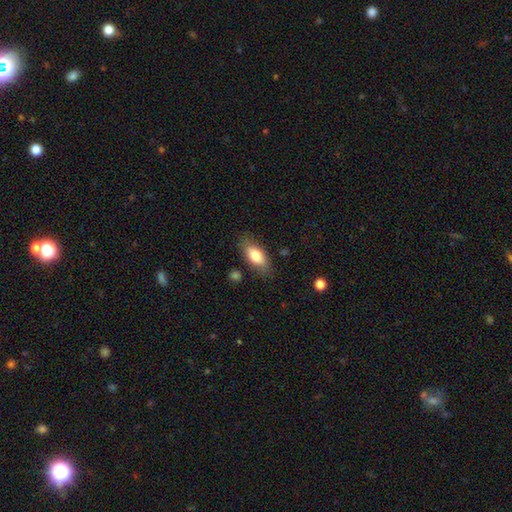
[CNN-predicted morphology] Smooth or featured? smooth (76%)
How rounded? in between (83%)
Merging? none (81%)